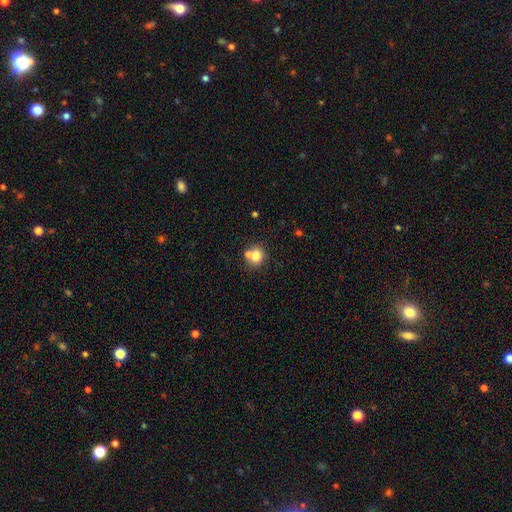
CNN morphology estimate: type=smooth (76%); roundness=round (77%); merging=none (53%).